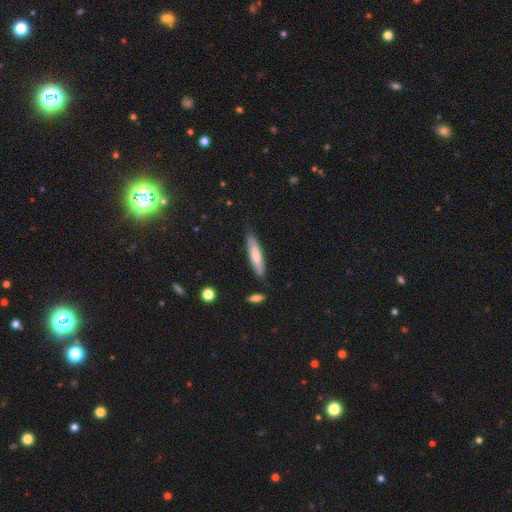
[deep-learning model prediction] smooth-or-featured: smooth: 69% | featured or disk: 26% | star or artifact: 6%
  how-rounded: cigar-shaped: 79% | in between: 19% | round: 1%
  merging: none: 80% | minor disturbance: 15% | merger: 3% | major disturbance: 3%